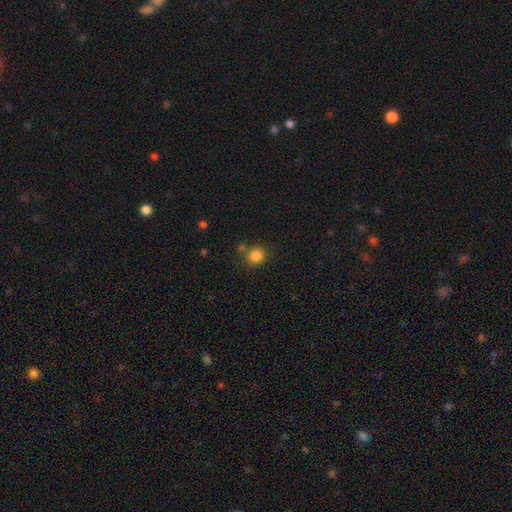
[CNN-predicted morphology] Smooth or featured? smooth (84%)
How rounded? round (85%)
Merging? none (73%)